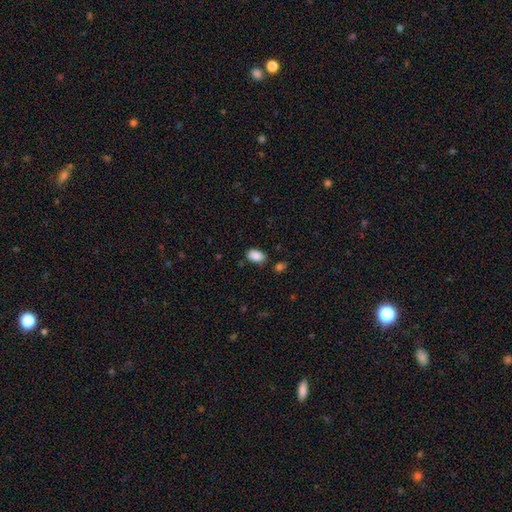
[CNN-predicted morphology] The model was most divided on "merging": none: 78%, minor disturbance: 15%, merger: 4%, major disturbance: 3%. More confident: how rounded — in between (91%); smooth or featured — smooth (88%).